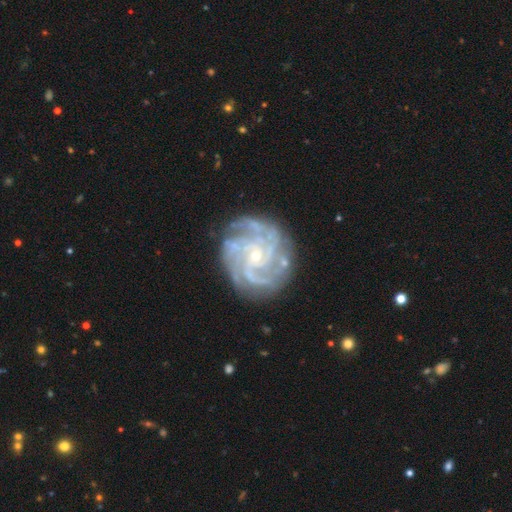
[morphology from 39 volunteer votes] Smooth or featured? 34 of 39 (87%) said featured or disk. Edge-on disk? 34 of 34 (100%) said no. Bar? 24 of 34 (71%) said no. Spiral arms? 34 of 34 (100%) said yes. Spiral winding? 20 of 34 (59%) said medium. Spiral arm count? 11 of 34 (32%, tied with 4) said 3. Bulge size? 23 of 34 (68%) said small. Merging? 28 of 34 (82%) said none.